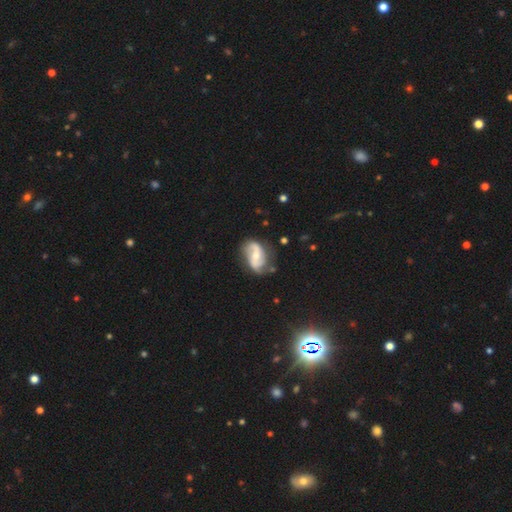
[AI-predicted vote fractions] Overall: featured or disk (81%). Edge-on disk: no (97%). Bar: no (45%; weak 38%). Spiral arms: yes (93%). Spiral arm count: 2 (87%). Spiral winding: loose (43%; medium 40%). Bulge size: moderate (52%; small 42%). Merging: none (64%).